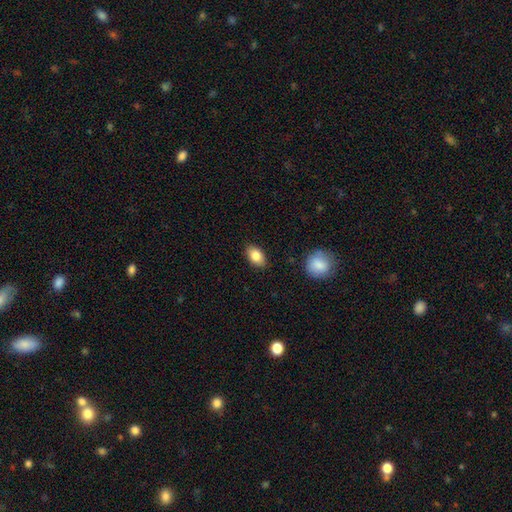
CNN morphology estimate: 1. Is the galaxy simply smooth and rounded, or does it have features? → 85% smooth, 8% featured or disk, 7% star or artifact.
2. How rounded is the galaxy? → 89% in between, 9% round, 2% cigar-shaped.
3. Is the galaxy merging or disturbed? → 86% none, 10% minor disturbance, 2% major disturbance, 2% merger.